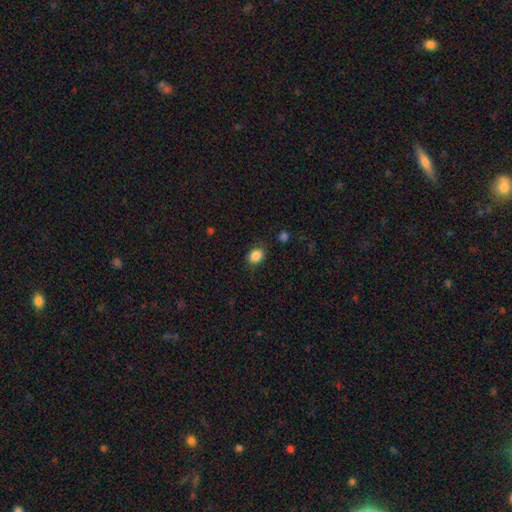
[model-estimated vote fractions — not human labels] This appears to be a smooth galaxy with no disk features (86%) that is in between round and cigar-shaped (62%). Merging: none (83%).